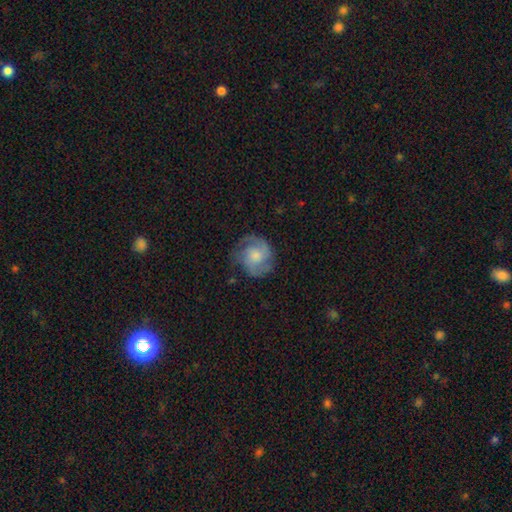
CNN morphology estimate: A featured or disk galaxy (70%) with no bar (70%), 2 (54%) medium (46%) spiral arms (93%) and a small central bulge (40%, tied with moderate). Merging: none (70%).